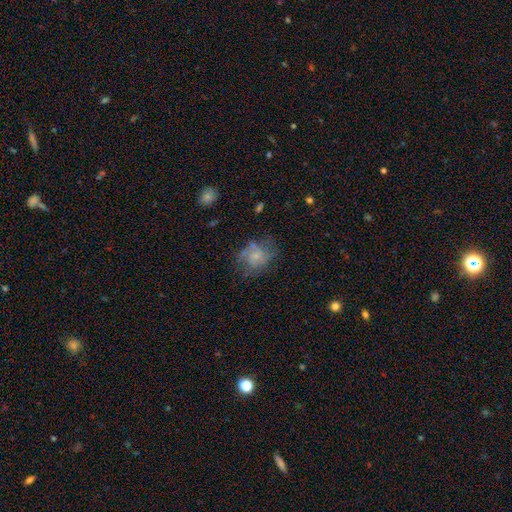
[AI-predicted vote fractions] Smooth or featured? Predicted: smooth (p=0.51). How rounded? Predicted: round (p=0.51). Merging? Predicted: none (p=0.51).